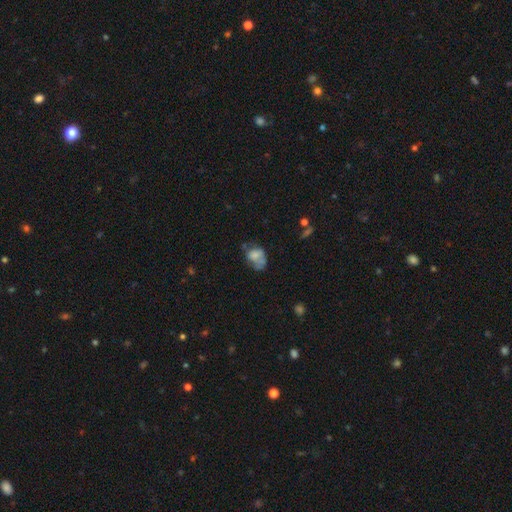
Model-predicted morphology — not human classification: type=smooth (62%); roundness=in between (68%); merging=none (27%, tied with major disturbance).